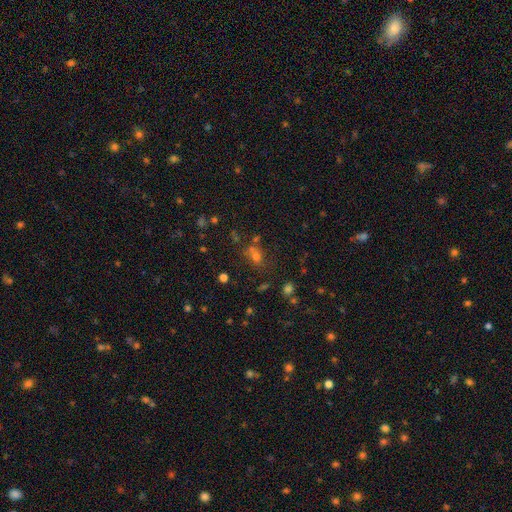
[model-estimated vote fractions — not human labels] This is possibly a smooth galaxy (53%). How rounded: possibly round (55%). Merging: possibly none (53%).